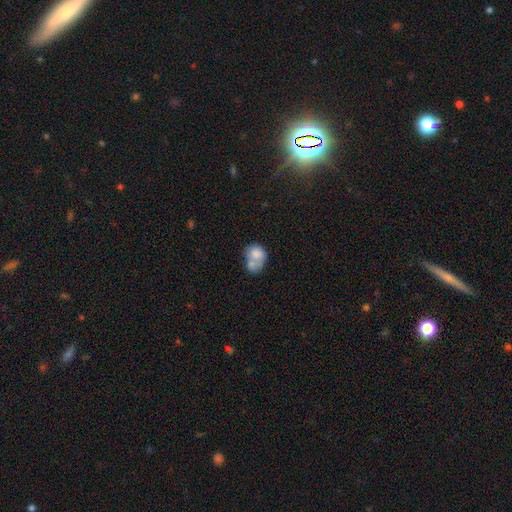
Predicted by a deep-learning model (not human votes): Smooth or featured: smooth — 76% (featured or disk — 16%)
How rounded: in between — 54% (round — 45%)
Merging: merger — 61% (none — 21%)